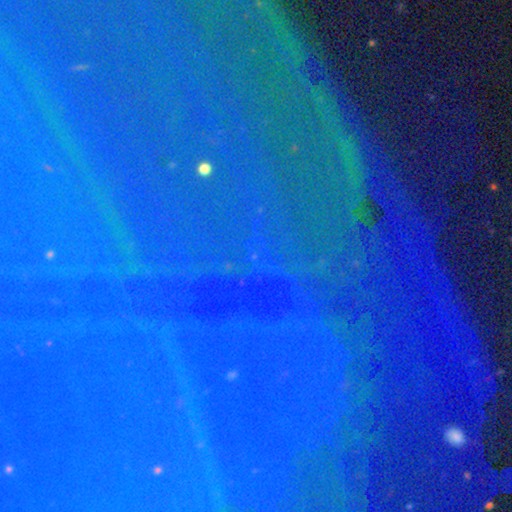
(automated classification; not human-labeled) Morphology: type=star or artifact (84%).